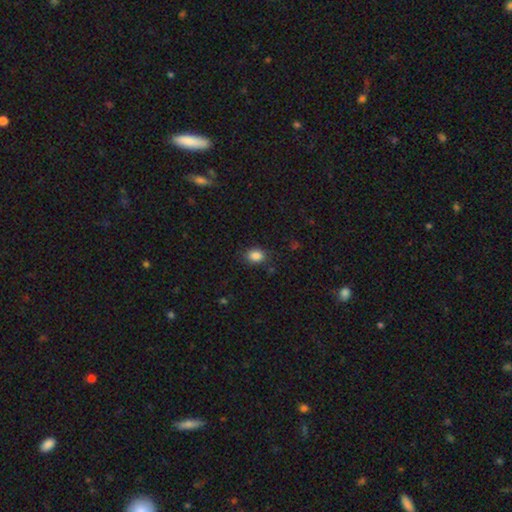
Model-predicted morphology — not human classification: smooth 86%, star or artifact 10%, featured or disk 4%. Down the decision tree: how rounded — in between (59%); merging — none (82%).